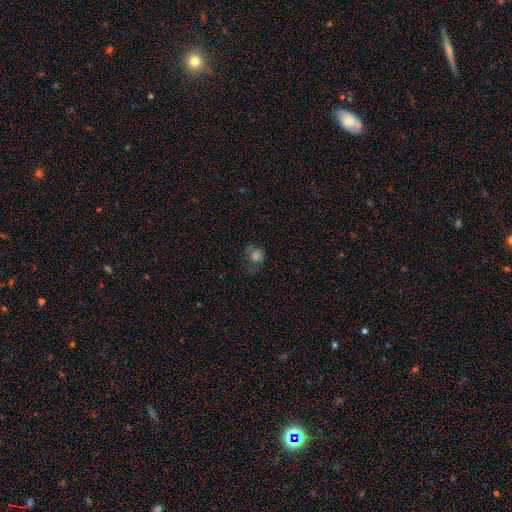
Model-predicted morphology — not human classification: This is possibly a smooth galaxy (55%). How rounded: likely round (72%). Merging: possibly none (47%).